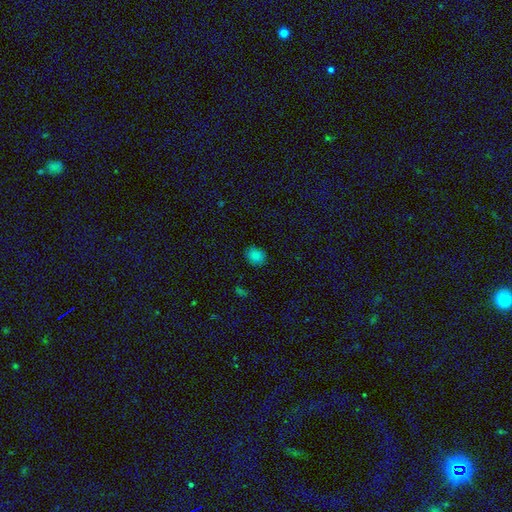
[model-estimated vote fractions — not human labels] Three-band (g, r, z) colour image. It shows a smooth galaxy with no disk features (83%) that is round (60%). Merging: none (86%).